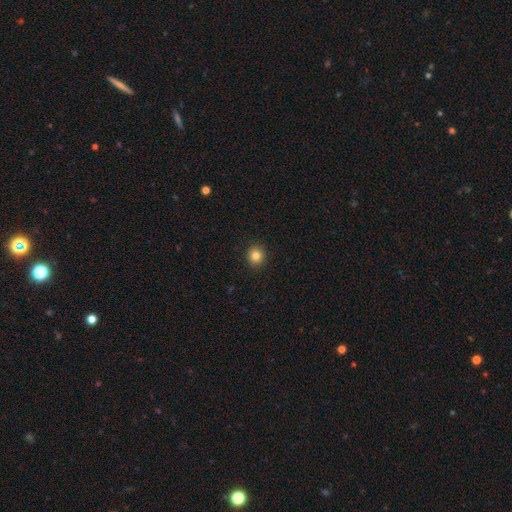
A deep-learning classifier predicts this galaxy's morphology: smooth 83%, star or artifact 11%, featured or disk 6%. Down the decision tree: how rounded — round (87%); merging — none (93%).